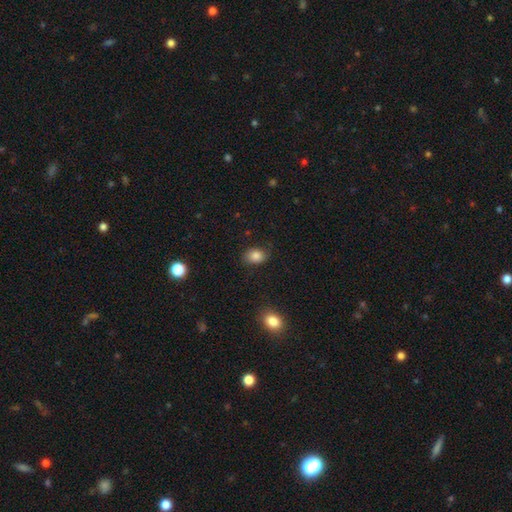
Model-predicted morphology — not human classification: smooth_or_featured: smooth (p=0.83) [alt: star or artifact p=0.09]
how_rounded: in between (p=0.73) [alt: round p=0.26]
merging: none (p=0.76) [alt: minor disturbance p=0.18]